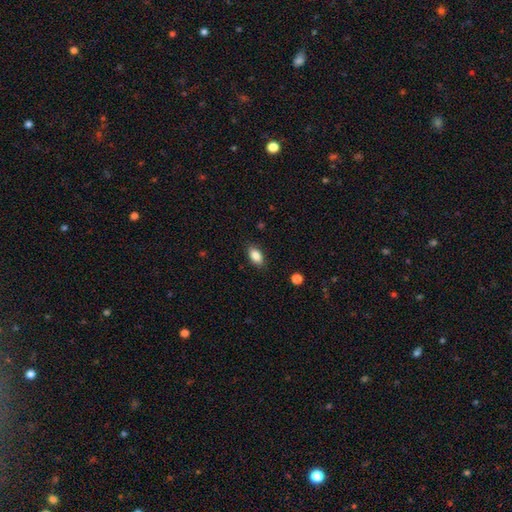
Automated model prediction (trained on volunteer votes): smooth-or-featured: smooth: 86% | star or artifact: 8% | featured or disk: 6%
  how-rounded: in between: 91% | round: 5% | cigar-shaped: 4%
  merging: none: 87% | minor disturbance: 10% | major disturbance: 2% | merger: 1%